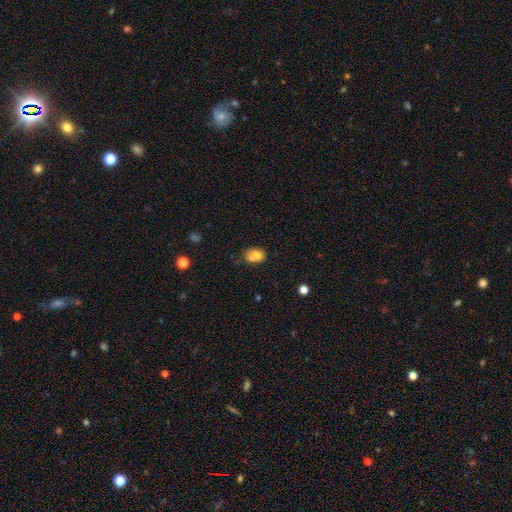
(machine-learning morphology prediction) A smooth galaxy with no disk features (76%) that is in between round and cigar-shaped (68%). Merging: none (39%).